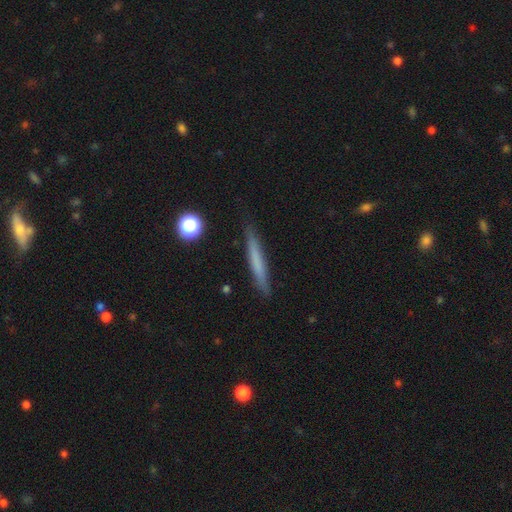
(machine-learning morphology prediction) Smooth or featured: smooth — 62% (featured or disk — 31%)
How rounded: cigar-shaped — 95% (in between — 3%)
Merging: none — 87% (minor disturbance — 9%)